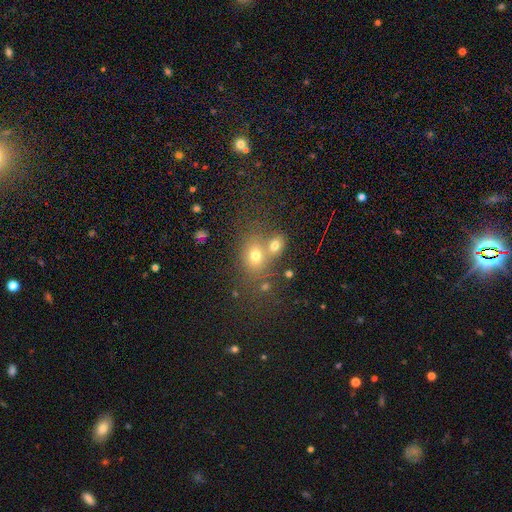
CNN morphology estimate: Overall: smooth (67%). How rounded: in between (52%; round 46%). Merging: none (43%; merger 42%).